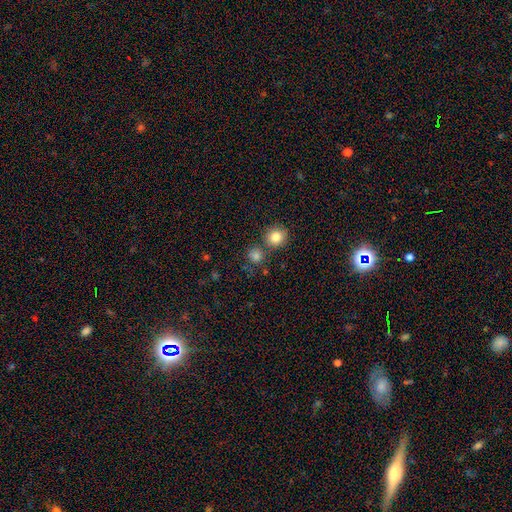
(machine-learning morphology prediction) smooth 81%, star or artifact 13%, featured or disk 6%. Down the decision tree: how rounded — round (90%); merging — none (70%).